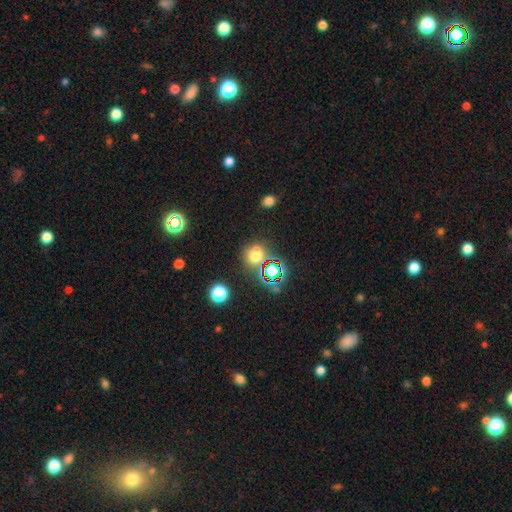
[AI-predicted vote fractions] smooth-or-featured: smooth: 55% | star or artifact: 35% | featured or disk: 10%
  how-rounded: round: 75% | in between: 23% | cigar-shaped: 1%
  merging: none: 66% | minor disturbance: 14% | merger: 13% | major disturbance: 7%